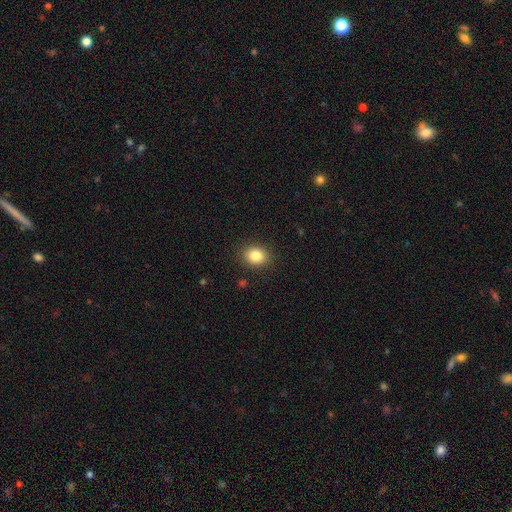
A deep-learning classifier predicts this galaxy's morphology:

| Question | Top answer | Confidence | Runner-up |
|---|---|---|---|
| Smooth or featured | smooth | 84% | star or artifact (10%) |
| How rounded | round | 54% | in between (45%) |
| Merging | none | 88% | minor disturbance (8%) |